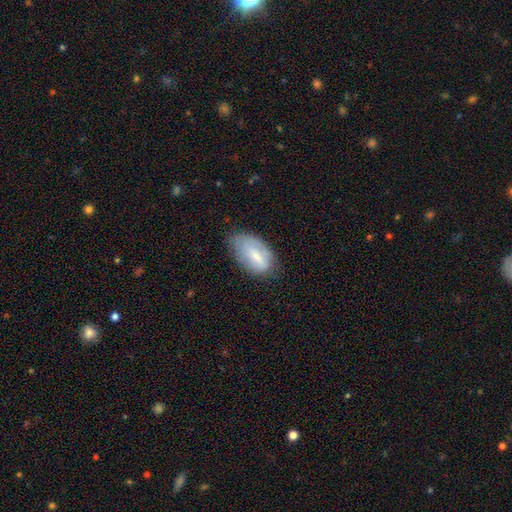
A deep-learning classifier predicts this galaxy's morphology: Smooth or featured? Predicted: smooth (p=0.66). How rounded? Predicted: in between (p=0.93). Merging? Predicted: none (p=0.51).